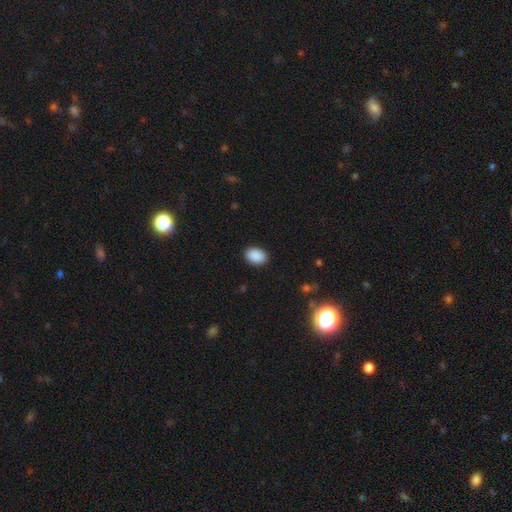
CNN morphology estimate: Overall: smooth (90%). How rounded: in between (80%). Merging: none (90%).